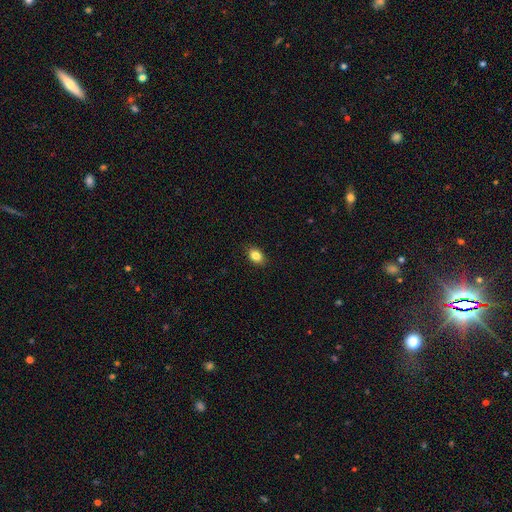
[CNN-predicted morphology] smooth 84%, star or artifact 9%, featured or disk 7%. Down the decision tree: how rounded — in between (77%); merging — none (87%).